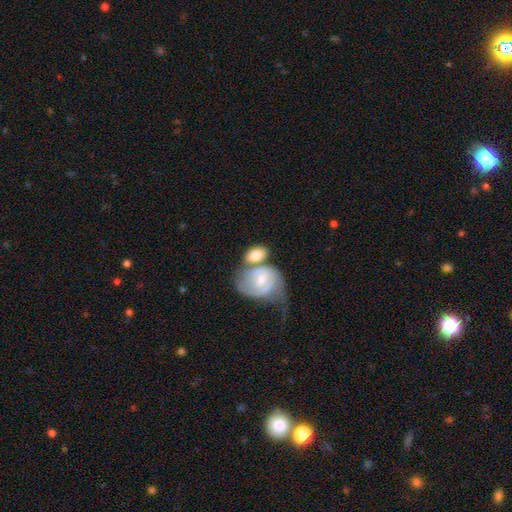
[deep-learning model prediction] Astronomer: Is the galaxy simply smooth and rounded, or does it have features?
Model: smooth — 58% (runner-up: featured or disk, 37%).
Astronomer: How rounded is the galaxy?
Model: in between — 79%.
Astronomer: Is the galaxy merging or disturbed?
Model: merger — 42% (runner-up: none, 33%).